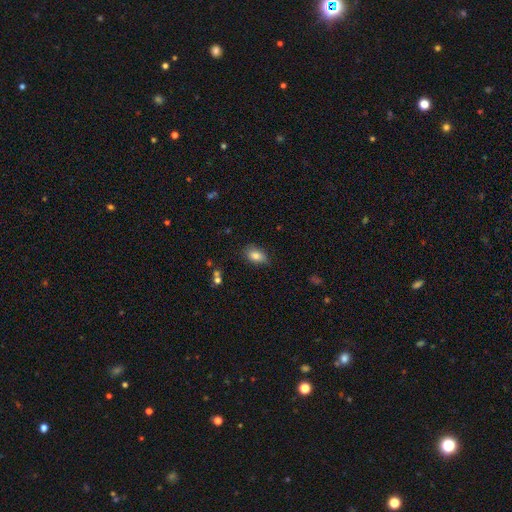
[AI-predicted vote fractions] Smooth or featured?
  - smooth: 83% *
  - featured or disk: 9%
  - star or artifact: 9%
How rounded?
  - in between: 87% *
  - round: 11%
  - cigar-shaped: 2%
Merging?
  - none: 73% *
  - minor disturbance: 21%
  - major disturbance: 4%
  - merger: 2%